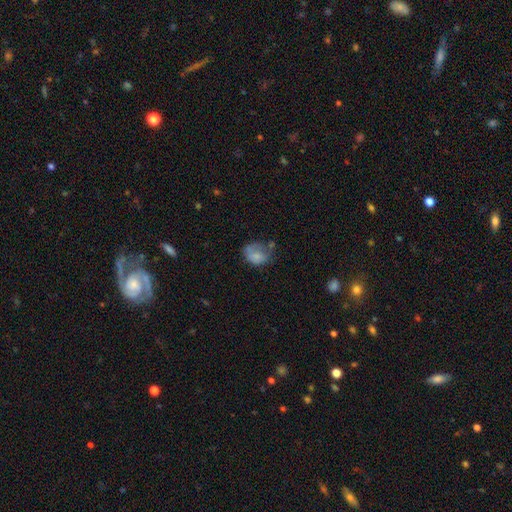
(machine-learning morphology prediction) smooth-or-featured: smooth: 67% | featured or disk: 23% | star or artifact: 10%
  how-rounded: in between: 63% | round: 36% | cigar-shaped: 1%
  merging: none: 33% | minor disturbance: 30% | major disturbance: 28% | merger: 9%